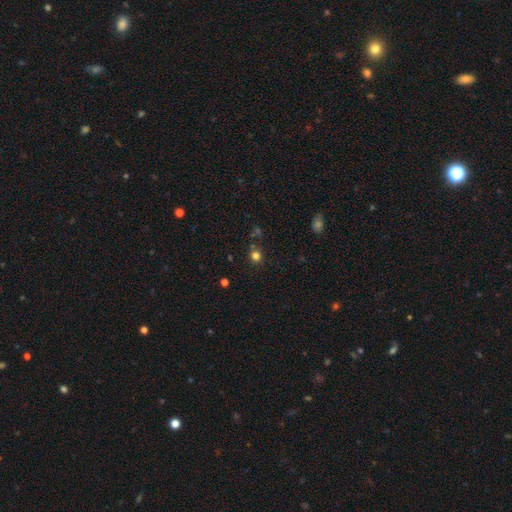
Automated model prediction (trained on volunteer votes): A smooth galaxy with no disk features (75%) that is round (90%). Merging: none (82%).